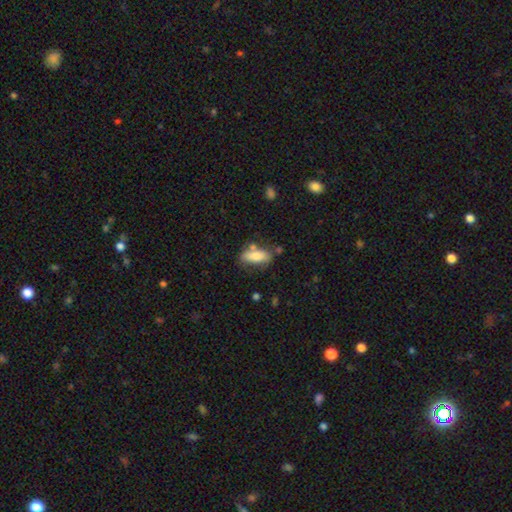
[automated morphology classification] smooth 74%, featured or disk 19%, star or artifact 7%. Down the decision tree: how rounded — in between (78%); merging — none (61%).